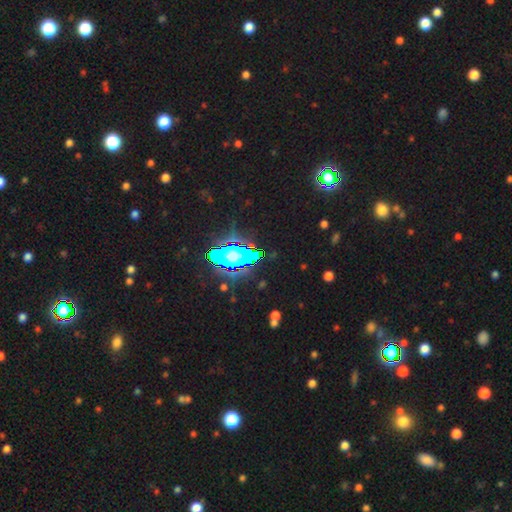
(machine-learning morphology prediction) The model was most divided on "smooth or featured": star or artifact: 79%, smooth: 12%, featured or disk: 9%.